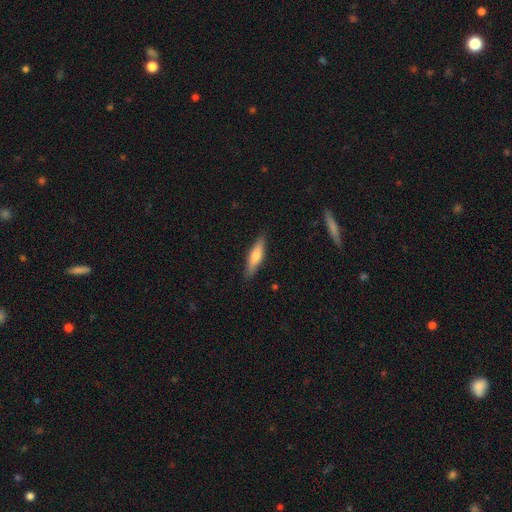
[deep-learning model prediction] The model was most divided on "smooth or featured": smooth: 62%, featured or disk: 32%, star or artifact: 6%. More confident: merging — none (88%); how rounded — cigar-shaped (73%).